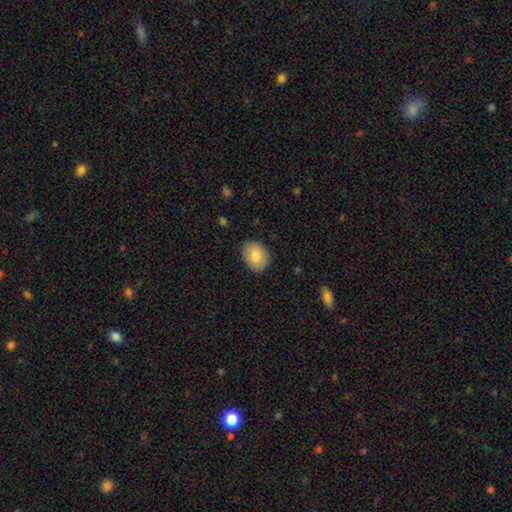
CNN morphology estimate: A smooth galaxy with no disk features (82%) that is in between round and cigar-shaped (53%). Merging: none (84%).